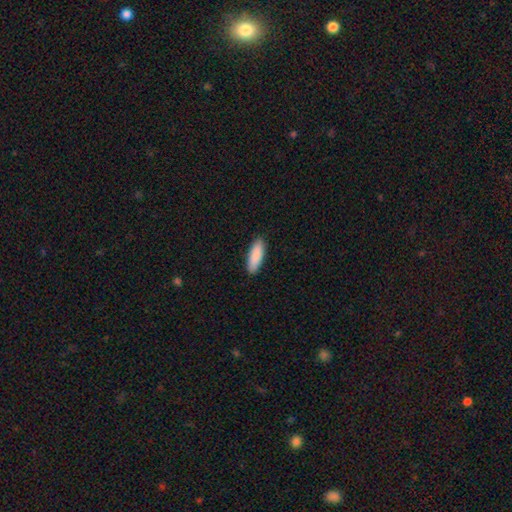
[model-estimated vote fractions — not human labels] smooth_or_featured: smooth (p=0.90) [alt: star or artifact p=0.05]
how_rounded: in between (p=0.57) [alt: cigar-shaped p=0.42]
merging: none (p=0.90) [alt: minor disturbance p=0.08]